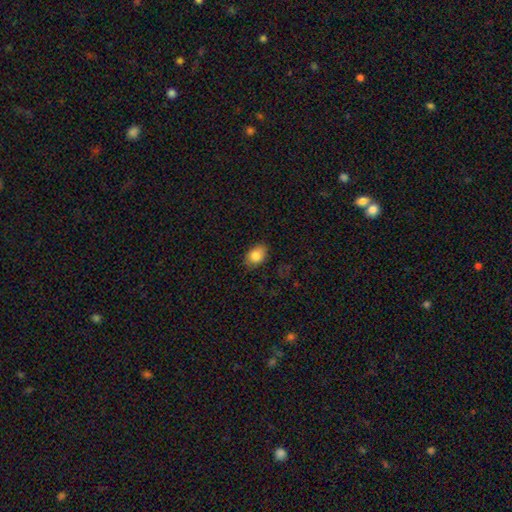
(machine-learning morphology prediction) Q: Smooth or featured?
A: smooth (84%); runner-up: star or artifact (9%)
Q: How rounded?
A: in between (79%); runner-up: round (19%)
Q: Merging?
A: none (80%); runner-up: minor disturbance (16%)